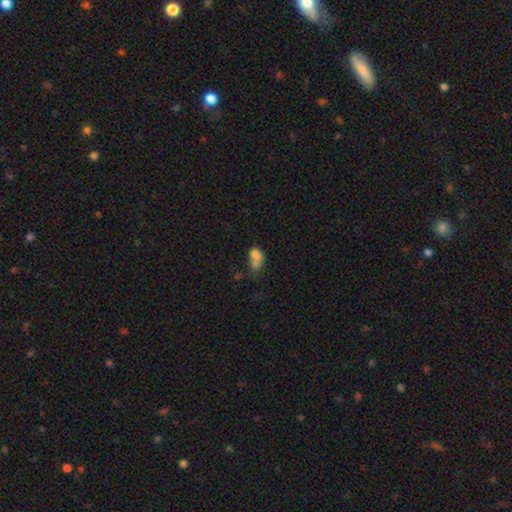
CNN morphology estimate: Smooth or featured: smooth — 73% (featured or disk — 15%)
How rounded: in between — 75% (round — 23%)
Merging: merger — 55% (none — 21%)